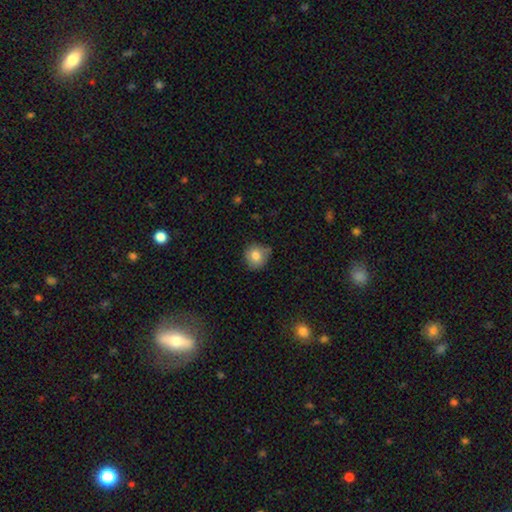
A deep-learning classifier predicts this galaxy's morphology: Smooth or featured? smooth (81%)
How rounded? round (89%)
Merging? none (73%)